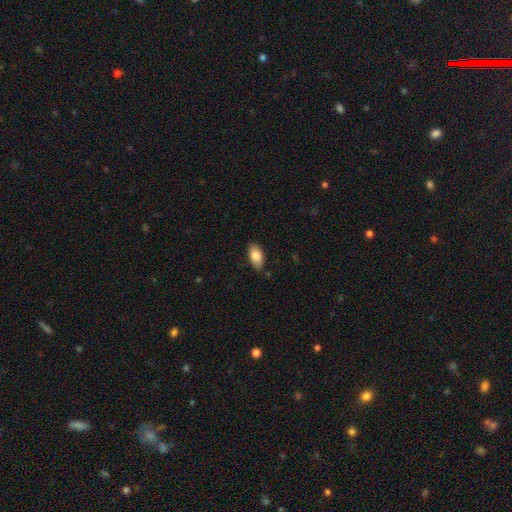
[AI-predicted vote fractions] This appears to be a smooth galaxy with no disk features (83%) that is in between round and cigar-shaped (93%). Merging: none (84%).